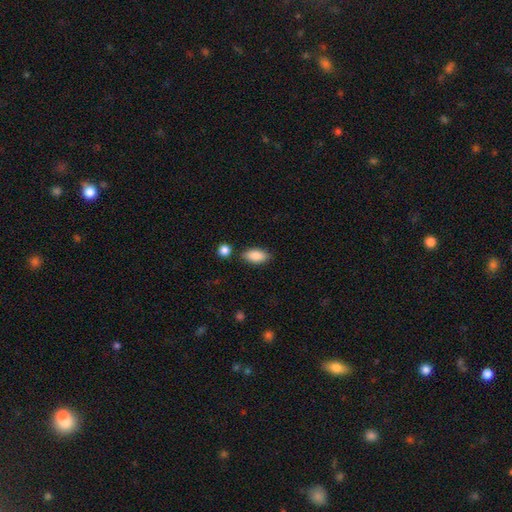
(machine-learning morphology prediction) smooth 87%, star or artifact 7%, featured or disk 6%. Down the decision tree: how rounded — in between (89%); merging — none (79%).